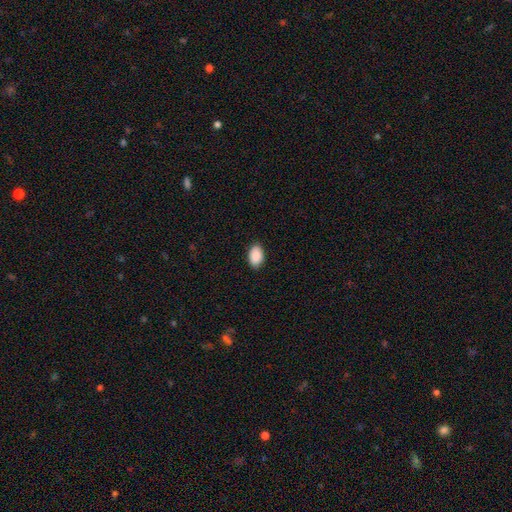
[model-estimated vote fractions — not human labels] A smooth galaxy with no disk features (91%) that is in between round and cigar-shaped (92%).

Vote fractions:
- Smooth or featured? smooth: 91% / star or artifact: 6% / featured or disk: 3%
- How rounded? in between: 92% / round: 7% / cigar-shaped: 1%
- Merging? none: 89% / minor disturbance: 9% / major disturbance: 2% / merger: 1%